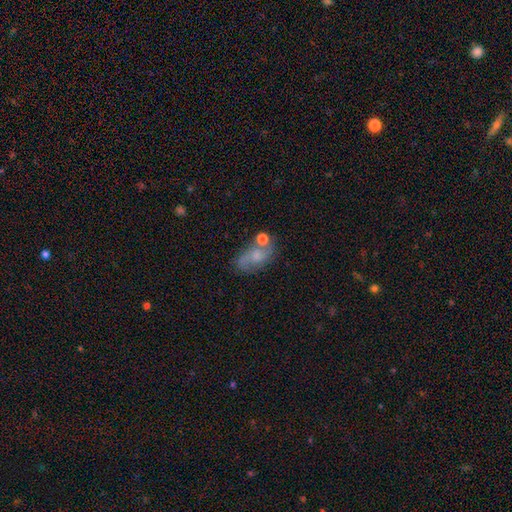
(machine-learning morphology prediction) A featured or disk galaxy (47%). Merging: none (54%).